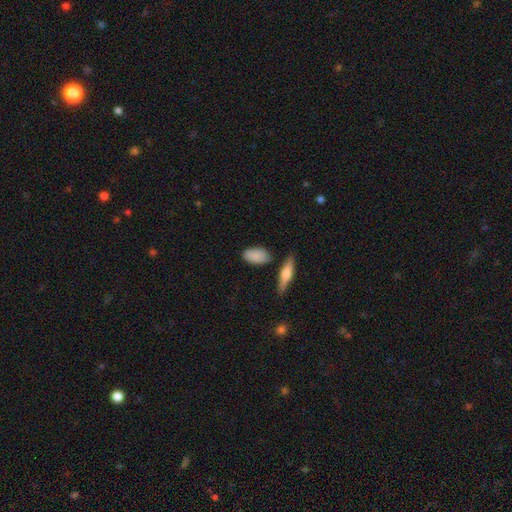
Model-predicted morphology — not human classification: Smooth or featured: smooth — 85% (featured or disk — 9%)
How rounded: in between — 90% (cigar-shaped — 5%)
Merging: none — 74% (minor disturbance — 17%)